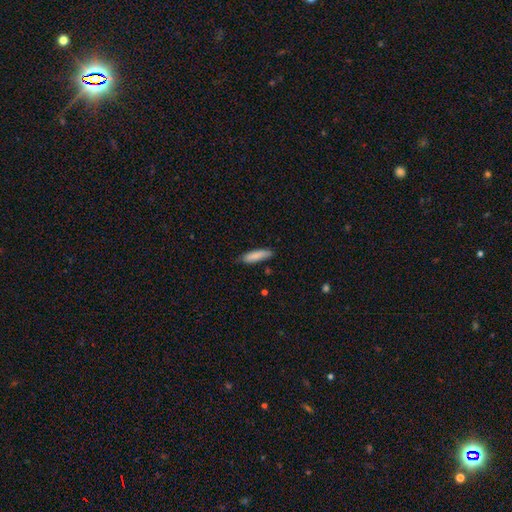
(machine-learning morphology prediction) Smooth or featured? smooth (85%)
How rounded? cigar-shaped (65%)
Merging? none (78%)